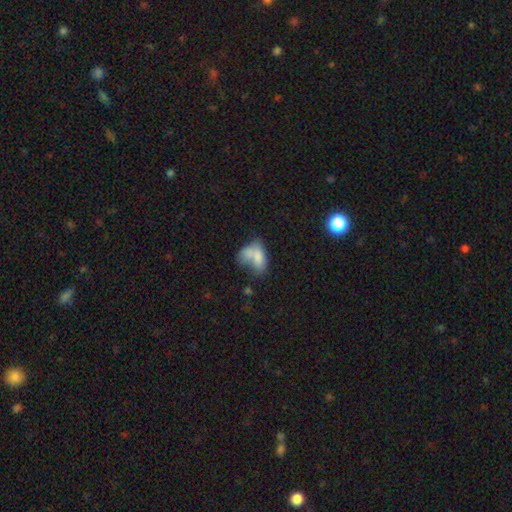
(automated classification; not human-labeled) Smooth or featured? smooth (70%)
How rounded? in between (86%)
Merging? merger (47%)